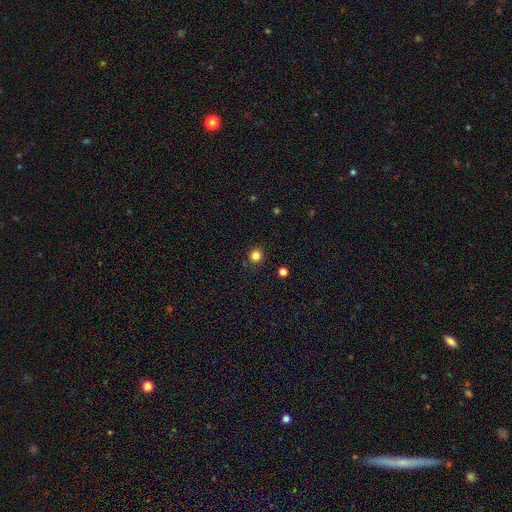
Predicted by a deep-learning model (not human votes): A smooth galaxy with no disk features (83%) that is round (90%).

Vote fractions:
- Smooth or featured? smooth: 83% / star or artifact: 13% / featured or disk: 4%
- How rounded? round: 90% / in between: 9% / cigar-shaped: 1%
- Merging? none: 90% / minor disturbance: 7% / major disturbance: 2% / merger: 1%